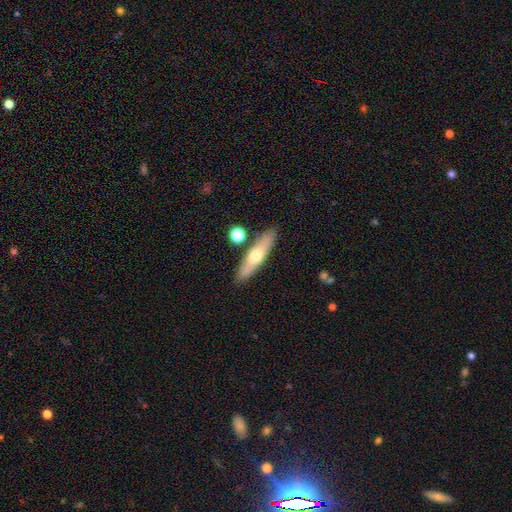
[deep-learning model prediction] A smooth galaxy with no disk features (54%) that is cigar-shaped (75%).

Vote fractions:
- Smooth or featured? smooth: 54% / featured or disk: 40% / star or artifact: 6%
- How rounded? cigar-shaped: 75% / in between: 23% / round: 2%
- Merging? none: 83% / minor disturbance: 9% / merger: 6% / major disturbance: 2%